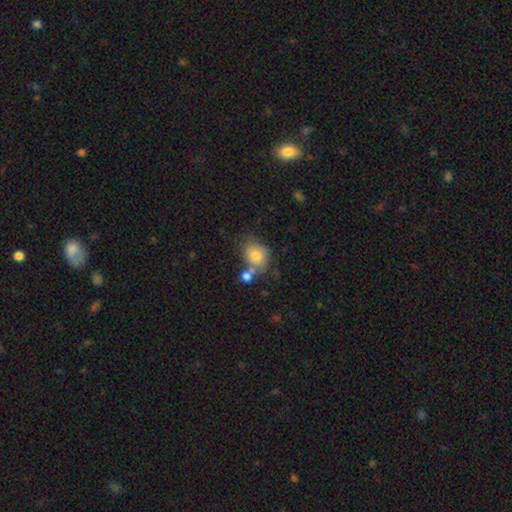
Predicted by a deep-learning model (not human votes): This is likely a smooth galaxy (76%). How rounded: possibly in between (50%). Merging: possibly none (49%).